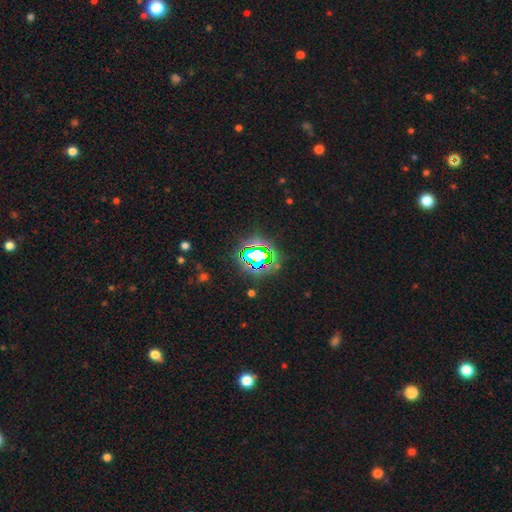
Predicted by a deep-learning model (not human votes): Smooth or featured? star or artifact (72%)